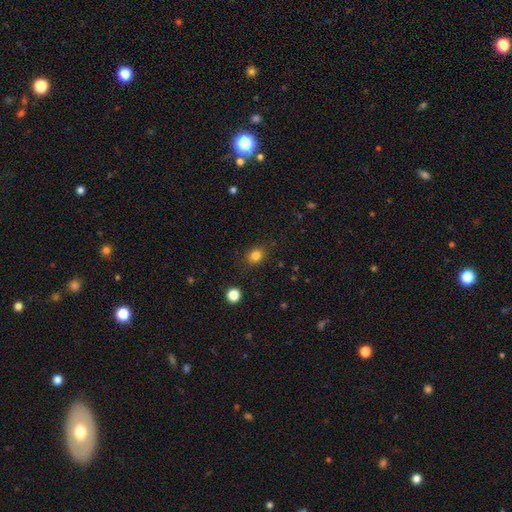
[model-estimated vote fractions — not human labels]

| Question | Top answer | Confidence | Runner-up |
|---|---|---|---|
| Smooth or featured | smooth | 82% | star or artifact (12%) |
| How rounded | round | 60% | in between (40%) |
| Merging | none | 86% | minor disturbance (10%) |